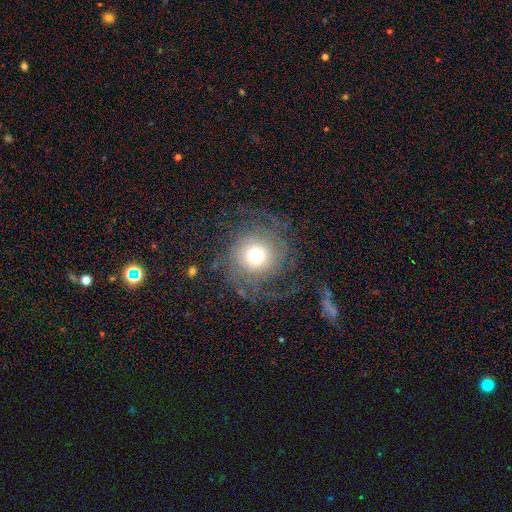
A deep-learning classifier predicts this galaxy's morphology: Smooth or featured? Predicted: featured or disk (p=0.72). Edge-on disk? Predicted: no (p=0.97). Bar? Predicted: no (p=0.81). Spiral arms? Predicted: yes (p=0.91). Spiral winding? Predicted: tight (p=0.42). Spiral arm count? Predicted: 2 (p=0.35). Bulge size? Predicted: moderate (p=0.56). Merging? Predicted: none (p=0.65).